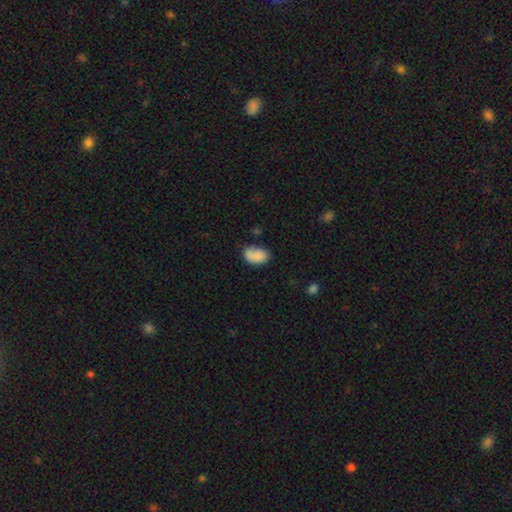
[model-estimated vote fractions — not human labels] Smooth or featured: smooth — 84% (featured or disk — 8%)
How rounded: in between — 89% (round — 9%)
Merging: none — 61% (minor disturbance — 26%)